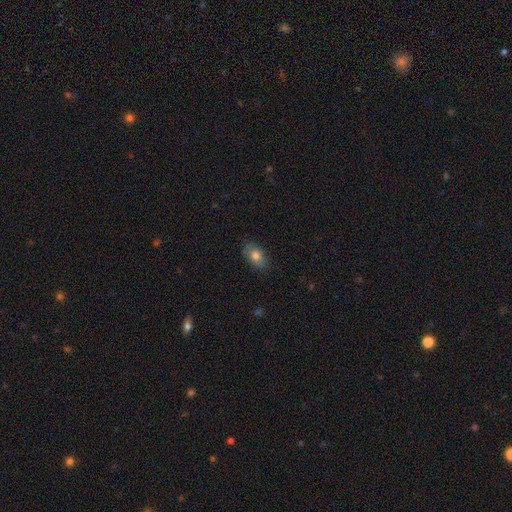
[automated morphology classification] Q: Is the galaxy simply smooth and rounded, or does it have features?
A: smooth — 80%.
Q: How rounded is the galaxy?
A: in between — 86%.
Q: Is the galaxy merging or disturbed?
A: none — 83%.